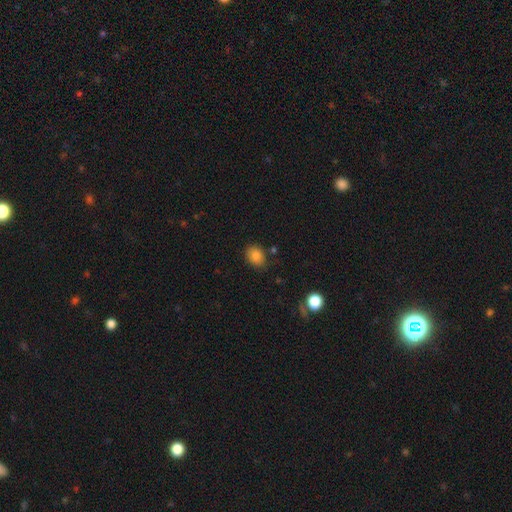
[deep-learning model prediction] smooth_or_featured: smooth (p=0.83) [alt: star or artifact p=0.11]
how_rounded: in between (p=0.52) [alt: round p=0.47]
merging: none (p=0.80) [alt: minor disturbance p=0.13]